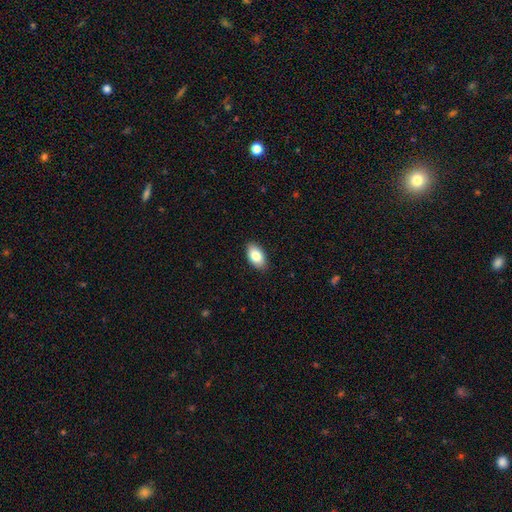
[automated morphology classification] smooth 84%, featured or disk 10%, star or artifact 7%. Down the decision tree: how rounded — in between (94%); merging — none (89%).